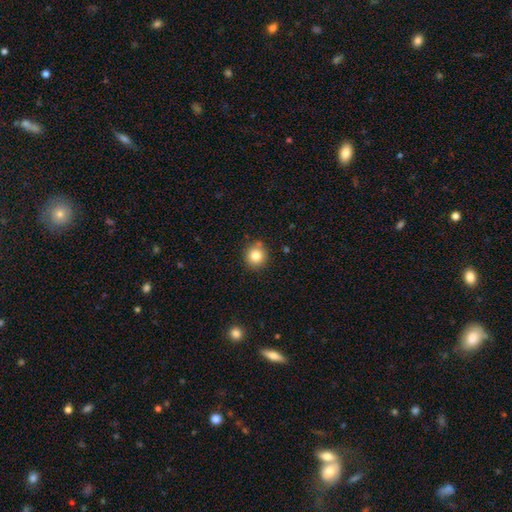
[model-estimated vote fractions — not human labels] smooth_or_featured: smooth (p=0.82) [alt: star or artifact p=0.11]
how_rounded: round (p=0.92) [alt: in between p=0.07]
merging: none (p=0.84) [alt: minor disturbance p=0.10]